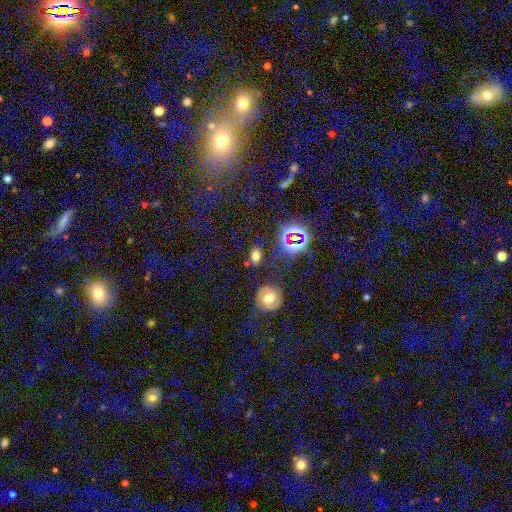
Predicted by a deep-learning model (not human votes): smooth 62%, star or artifact 24%, featured or disk 14%. Down the decision tree: how rounded — in between (78%); merging — none (75%).